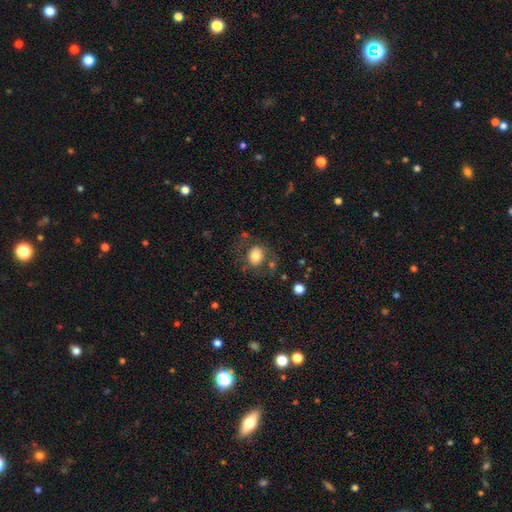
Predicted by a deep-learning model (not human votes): Smooth or featured? smooth (73%)
How rounded? round (62%)
Merging? none (63%)